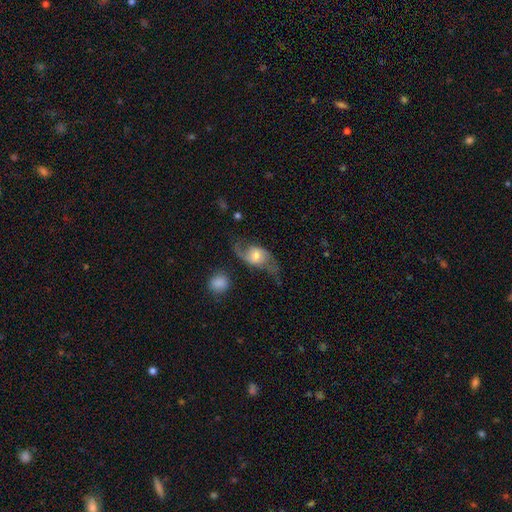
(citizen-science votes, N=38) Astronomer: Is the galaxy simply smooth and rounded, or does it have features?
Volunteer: featured or disk — 76%.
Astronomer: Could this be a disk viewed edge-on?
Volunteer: no — 100%.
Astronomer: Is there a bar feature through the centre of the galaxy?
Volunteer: no — 62%.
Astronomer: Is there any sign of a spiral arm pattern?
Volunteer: yes — 79%.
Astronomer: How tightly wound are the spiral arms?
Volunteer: loose — 61%.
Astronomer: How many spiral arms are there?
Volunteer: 2 — 83%.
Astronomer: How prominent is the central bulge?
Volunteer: moderate — 66%.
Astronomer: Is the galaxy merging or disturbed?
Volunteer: none — 51% (runner-up: minor disturbance, 35%).